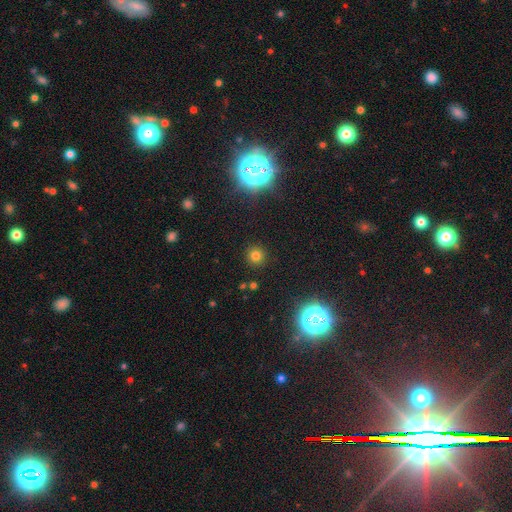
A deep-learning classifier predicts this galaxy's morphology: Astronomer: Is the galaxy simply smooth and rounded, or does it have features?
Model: smooth — 74%.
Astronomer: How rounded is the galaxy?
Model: round — 93%.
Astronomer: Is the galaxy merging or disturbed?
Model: none — 90%.